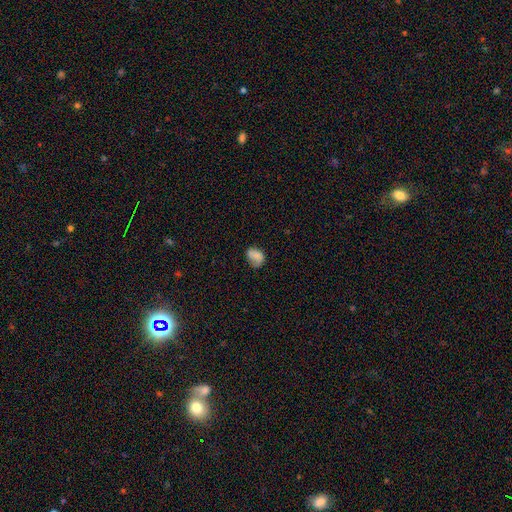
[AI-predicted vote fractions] A smooth galaxy with no disk features (73%) that is in between round and cigar-shaped (70%).

Vote fractions:
- Smooth or featured? smooth: 73% / featured or disk: 17% / star or artifact: 10%
- How rounded? in between: 70% / round: 29% / cigar-shaped: 1%
- Merging? none: 50% / minor disturbance: 33% / major disturbance: 14% / merger: 3%